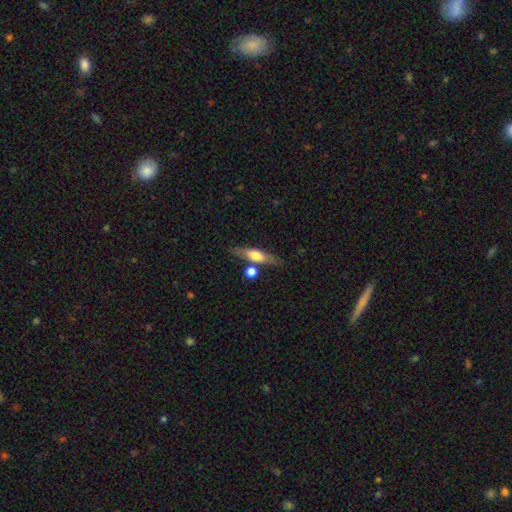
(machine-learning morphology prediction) The model was most divided on "smooth or featured": smooth: 51%, featured or disk: 42%, star or artifact: 7%. More confident: merging — none (70%); how rounded — cigar-shaped (64%).